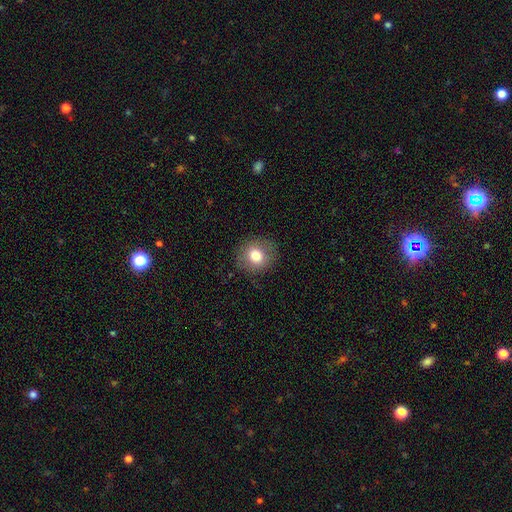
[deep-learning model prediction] The model was most divided on "smooth or featured": smooth: 78%, featured or disk: 12%, star or artifact: 10%. More confident: merging — none (87%); how rounded — round (83%).